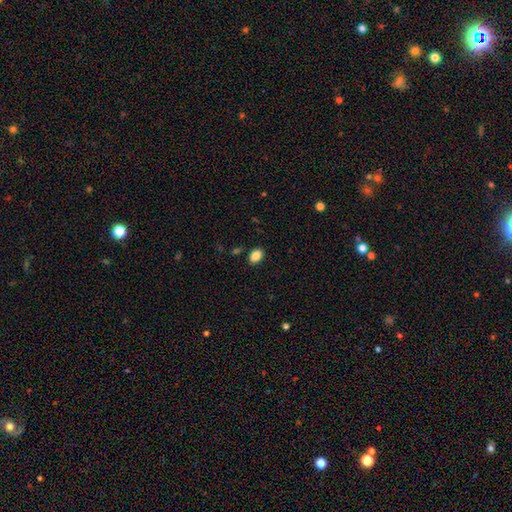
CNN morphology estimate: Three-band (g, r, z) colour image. It shows a smooth galaxy with no disk features (87%) that is in between round and cigar-shaped (80%). Merging: none (87%).